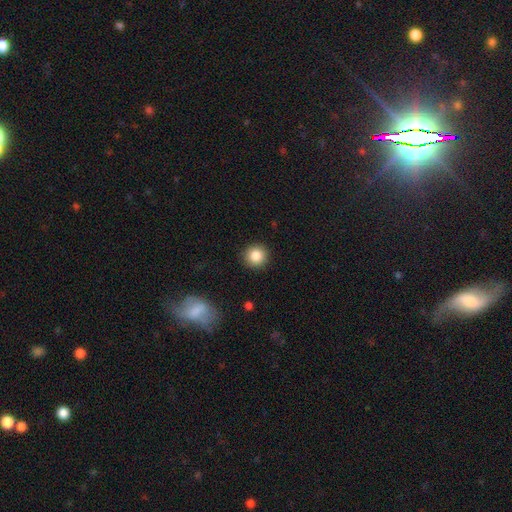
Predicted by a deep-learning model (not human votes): smooth-or-featured: smooth: 85% | star or artifact: 10% | featured or disk: 5%
  how-rounded: round: 93% | in between: 6% | cigar-shaped: 1%
  merging: none: 91% | minor disturbance: 6% | major disturbance: 2% | merger: 1%